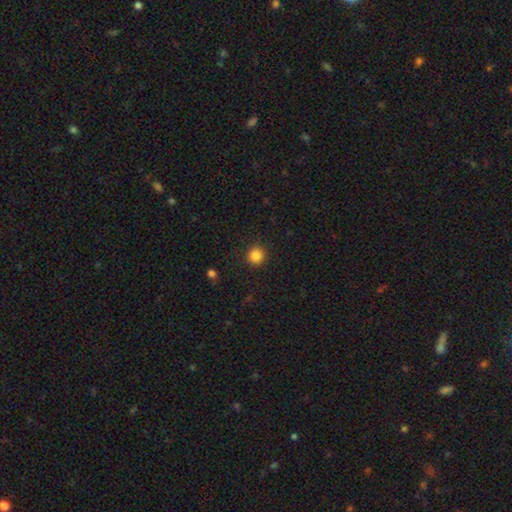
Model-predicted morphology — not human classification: This appears to be a smooth galaxy with no disk features (85%) that is round (94%). Merging: none (91%).